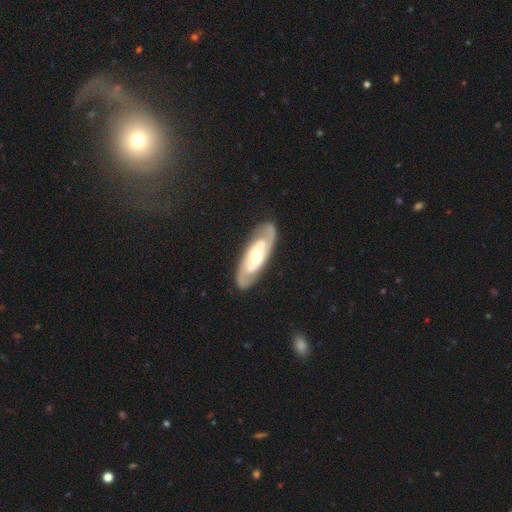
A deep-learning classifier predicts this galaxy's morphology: Q: Smooth or featured?
A: featured or disk (79%); runner-up: smooth (17%)
Q: Edge-on disk?
A: no (88%); runner-up: yes (12%)
Q: Bar?
A: no (58%); runner-up: weak (30%)
Q: Spiral arms?
A: yes (84%); runner-up: no (16%)
Q: Spiral winding?
A: tight (46%); runner-up: medium (40%)
Q: Spiral arm count?
A: 2 (82%); runner-up: can't tell (12%)
Q: Bulge size?
A: moderate (66%); runner-up: small (21%)
Q: Merging?
A: none (85%); runner-up: minor disturbance (10%)